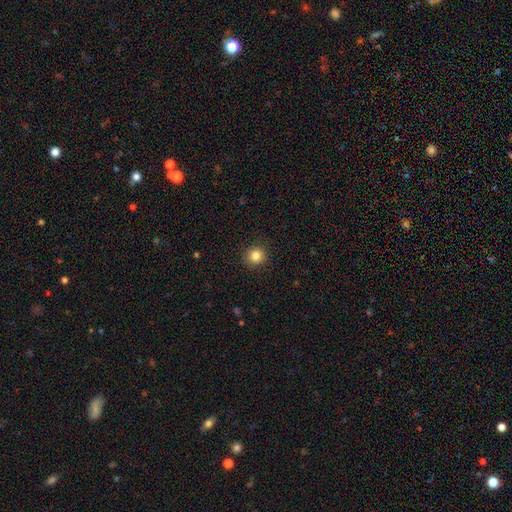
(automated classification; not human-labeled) Morphology: type=smooth (84%); roundness=round (92%); merging=none (92%).